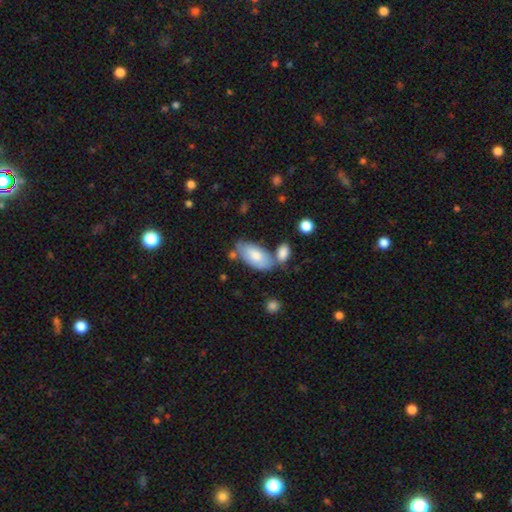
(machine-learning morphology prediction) Smooth or featured: smooth — 75% (featured or disk — 20%)
How rounded: in between — 94% (cigar-shaped — 4%)
Merging: none — 55% (merger — 22%)